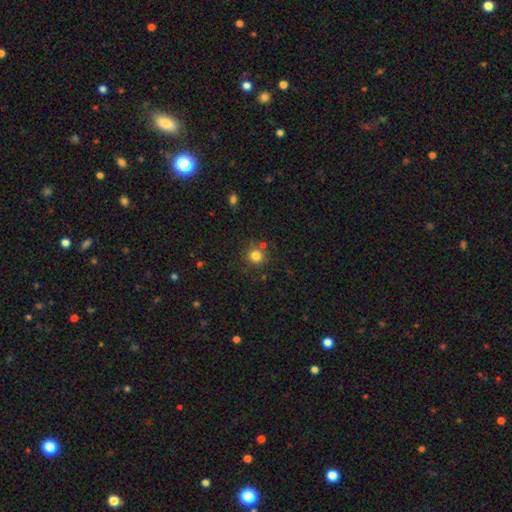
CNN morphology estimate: Smooth or featured? Predicted: smooth (p=0.81). How rounded? Predicted: round (p=0.93). Merging? Predicted: none (p=0.79).